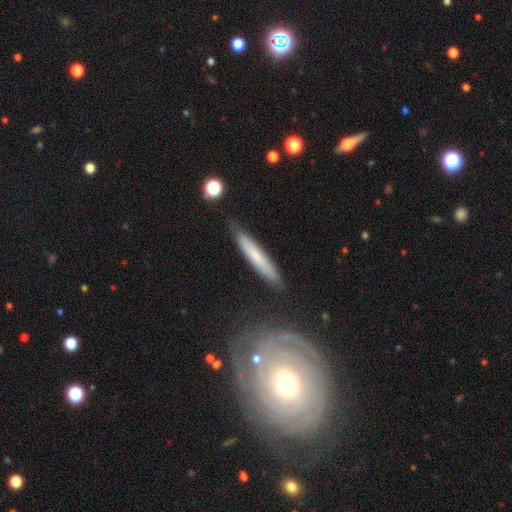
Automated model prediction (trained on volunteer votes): This appears to be a smooth galaxy with no disk features (64%) that is cigar-shaped (93%). Merging: none (83%).